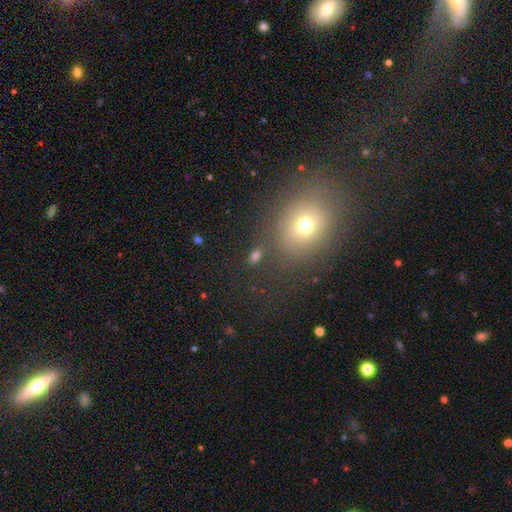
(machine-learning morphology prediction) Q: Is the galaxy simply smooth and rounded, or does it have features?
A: smooth — 60%.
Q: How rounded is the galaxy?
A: round — 53%.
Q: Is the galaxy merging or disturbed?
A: none — 74%.